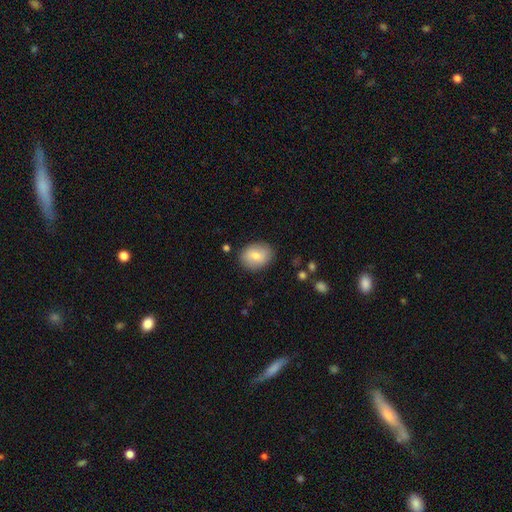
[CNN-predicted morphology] Smooth or featured?
  - smooth: 76% *
  - featured or disk: 17%
  - star or artifact: 7%
How rounded?
  - in between: 57% *
  - round: 42%
  - cigar-shaped: 1%
Merging?
  - none: 84% *
  - minor disturbance: 12%
  - major disturbance: 3%
  - merger: 2%